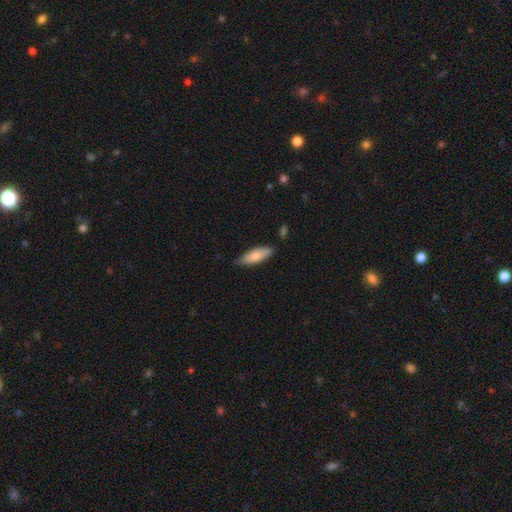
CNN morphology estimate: smooth 79%, featured or disk 15%, star or artifact 6%. Down the decision tree: how rounded — in between (55%); merging — none (76%).